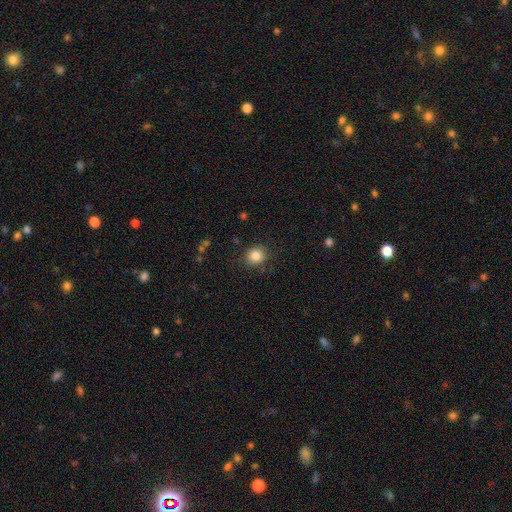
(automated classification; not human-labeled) The model was most divided on "how rounded": round: 78%, in between: 21%, cigar-shaped: 1%. More confident: smooth or featured — smooth (85%); merging — none (85%).